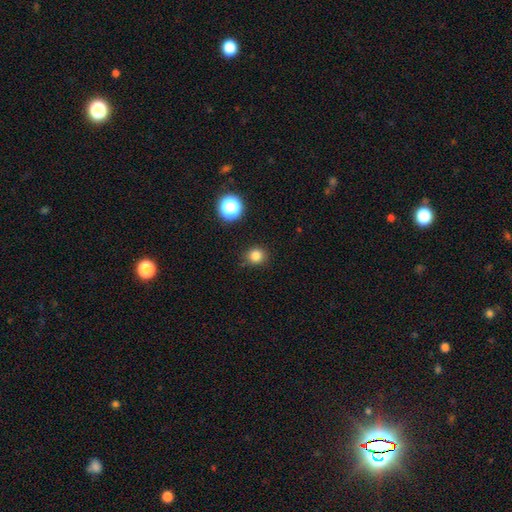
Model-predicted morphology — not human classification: Smooth or featured? Predicted: smooth (p=0.82). How rounded? Predicted: round (p=0.89). Merging? Predicted: none (p=0.87).